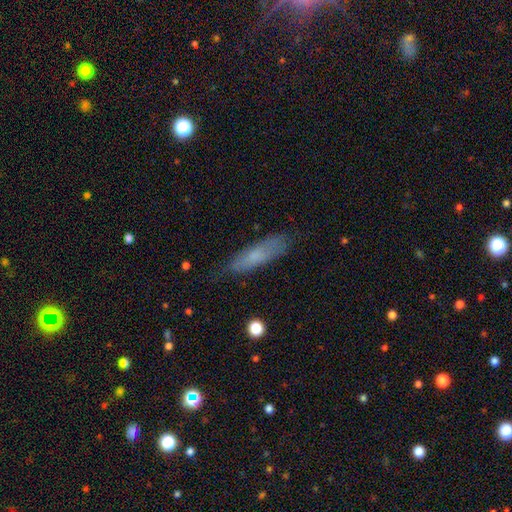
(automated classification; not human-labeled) Morphology: type=smooth (66%); roundness=cigar-shaped (68%); merging=none (74%).